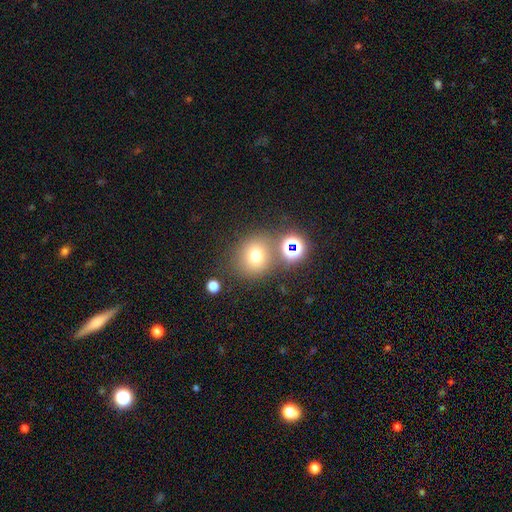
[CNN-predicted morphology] Q: Smooth or featured?
A: smooth (70%); runner-up: star or artifact (20%)
Q: How rounded?
A: round (85%); runner-up: in between (14%)
Q: Merging?
A: none (71%); runner-up: merger (14%)